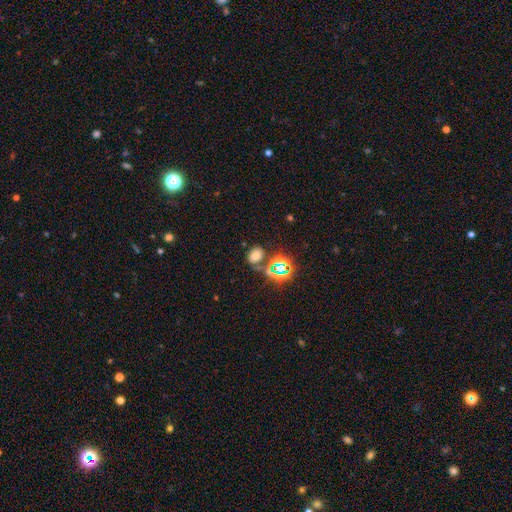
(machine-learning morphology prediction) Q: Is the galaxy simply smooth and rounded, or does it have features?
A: smooth — 64%.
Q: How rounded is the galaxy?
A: in between — 66%.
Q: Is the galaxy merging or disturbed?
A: none — 69%.